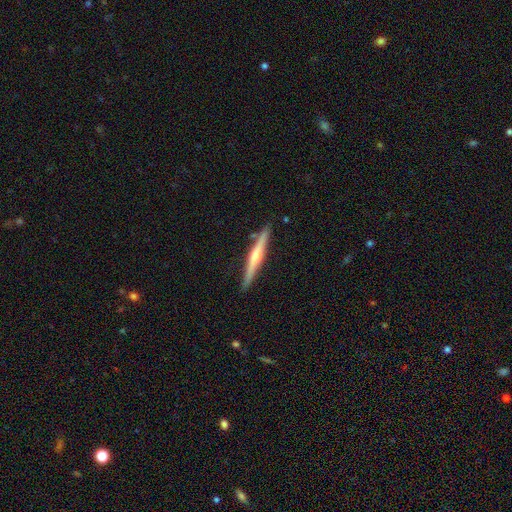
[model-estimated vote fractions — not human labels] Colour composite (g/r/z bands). It shows a featured or disk galaxy (64%) viewed edge-on (98%) with a rounded central bulge (73%). Merging: none (88%).